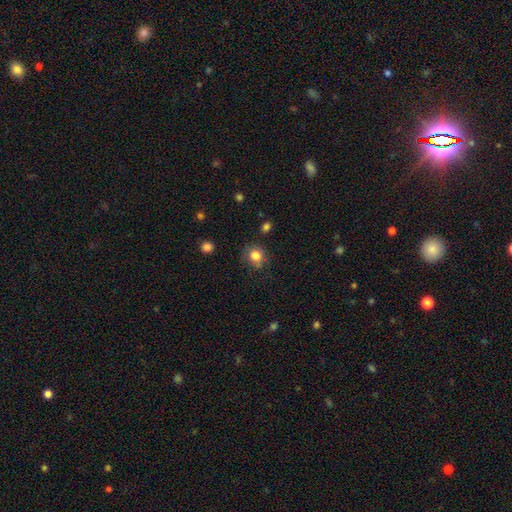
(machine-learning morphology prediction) smooth_or_featured: smooth (p=0.82) [alt: star or artifact p=0.11]
how_rounded: round (p=0.80) [alt: in between p=0.19]
merging: none (p=0.77) [alt: minor disturbance p=0.16]